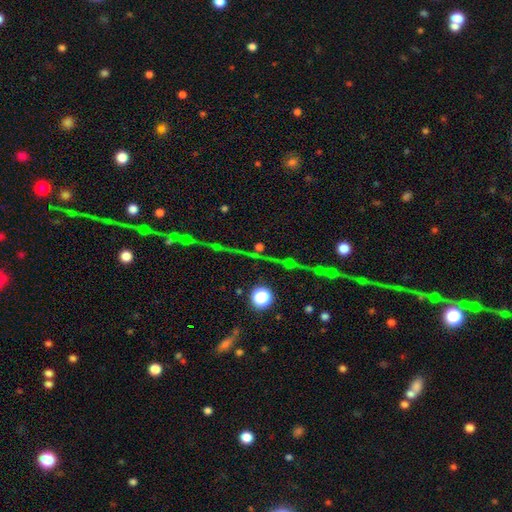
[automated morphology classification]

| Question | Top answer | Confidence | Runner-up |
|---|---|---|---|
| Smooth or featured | star or artifact | 69% | smooth (16%) |